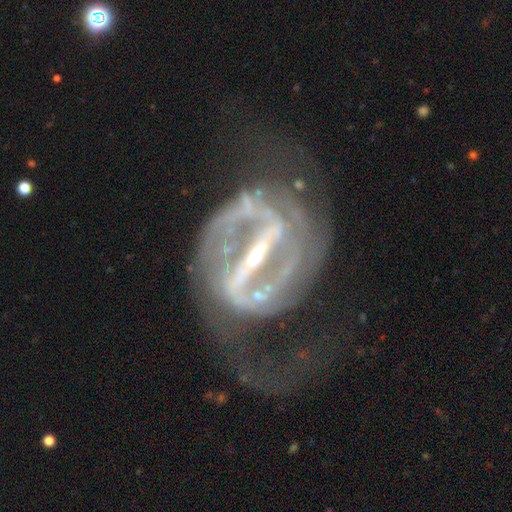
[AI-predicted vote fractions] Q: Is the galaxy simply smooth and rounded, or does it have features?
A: featured or disk — 91%.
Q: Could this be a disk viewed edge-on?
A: no — 94%.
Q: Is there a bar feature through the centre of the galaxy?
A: strong — 86%.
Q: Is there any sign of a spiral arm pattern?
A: yes — 93%.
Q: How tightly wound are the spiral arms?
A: medium — 44%.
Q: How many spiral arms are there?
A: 2 — 73%.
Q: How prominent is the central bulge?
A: small — 72%.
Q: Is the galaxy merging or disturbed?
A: none — 46%.